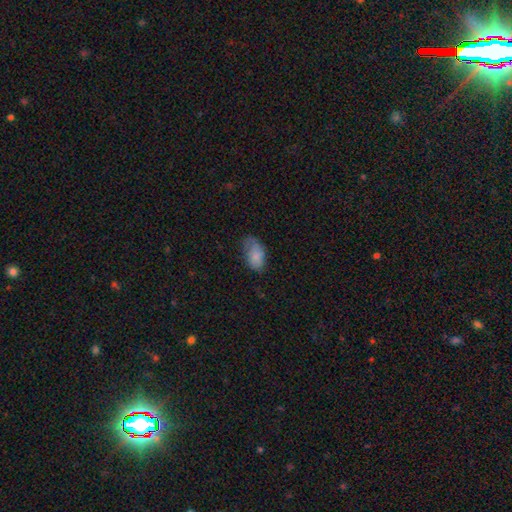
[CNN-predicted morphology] Smooth or featured? Predicted: smooth (p=0.80). How rounded? Predicted: in between (p=0.93). Merging? Predicted: none (p=0.45).